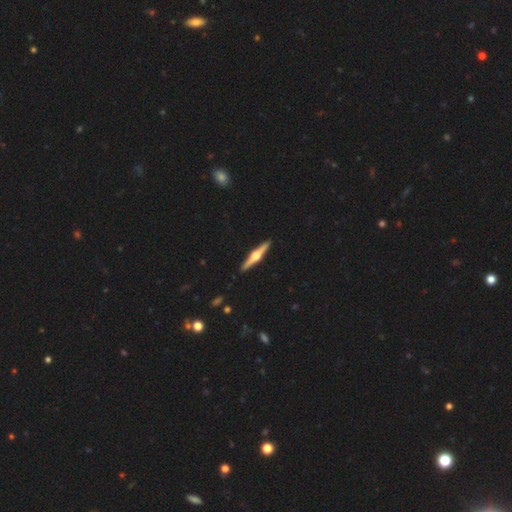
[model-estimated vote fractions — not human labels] A featured or disk galaxy (80%) viewed edge-on (98%) with a rounded central bulge (95%). Merging: none (93%).